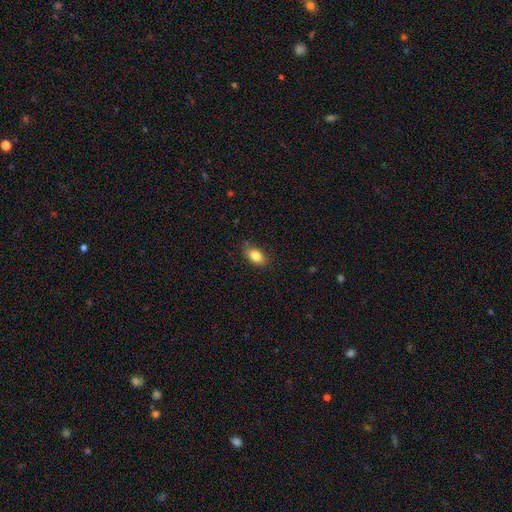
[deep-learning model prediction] smooth 85%, star or artifact 8%, featured or disk 7%. Down the decision tree: how rounded — in between (87%); merging — none (81%).